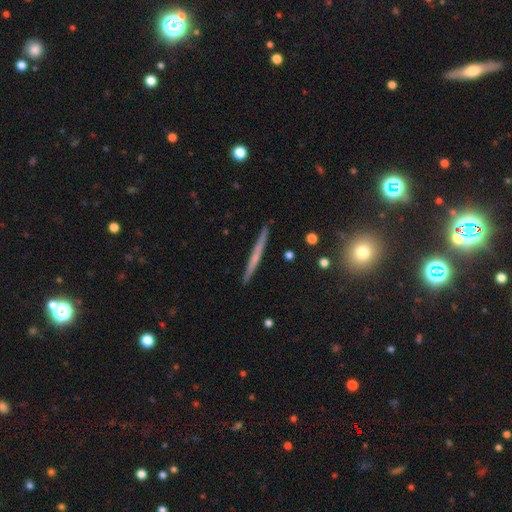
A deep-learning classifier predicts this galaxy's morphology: Smooth or featured?
  - featured or disk: 54% *
  - smooth: 39%
  - star or artifact: 7%
Edge-on disk?
  - yes: 97% *
  - no: 3%
Edge-on bulge?
  - none: 77% *
  - rounded: 18%
  - boxy: 5%
Merging?
  - none: 91% *
  - minor disturbance: 6%
  - major disturbance: 1%
  - merger: 1%